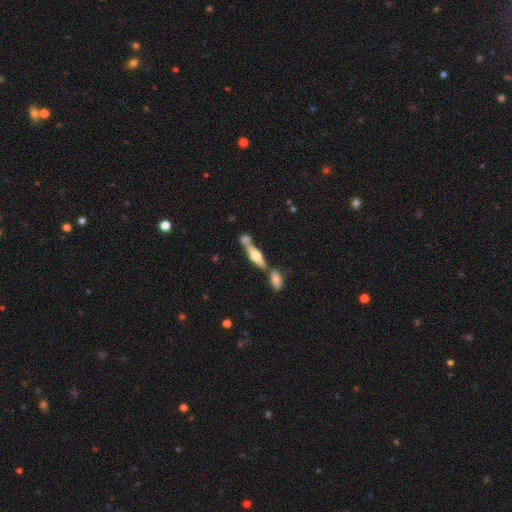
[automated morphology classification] type=featured or disk (58%); edge-on=yes (91%); edge-on bulge=rounded (87%); merging=none (53%).